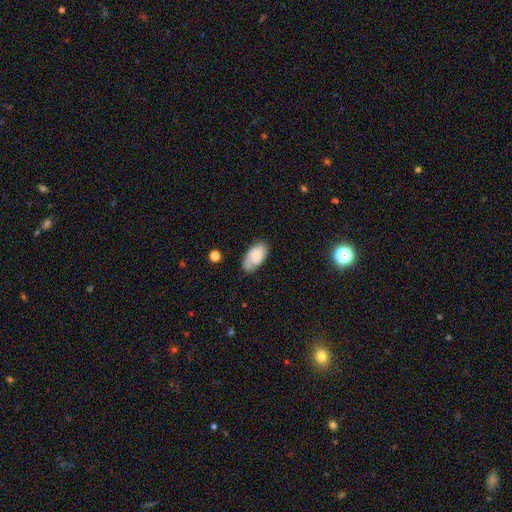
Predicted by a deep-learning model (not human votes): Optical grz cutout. It shows a smooth galaxy with no disk features (65%) that is in between round and cigar-shaped (94%). Merging: none (61%).